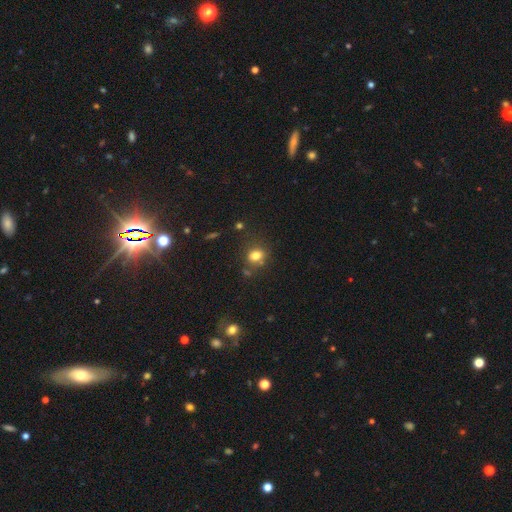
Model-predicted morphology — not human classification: Overall: smooth (78%). How rounded: round (54%; in between 44%). Merging: none (67%).